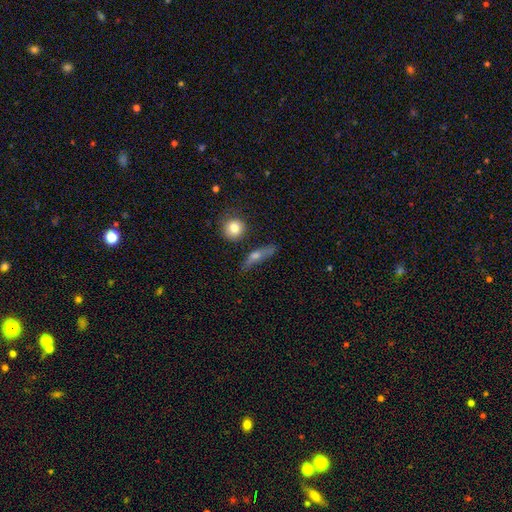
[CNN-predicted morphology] smooth_or_featured: smooth (p=0.47) [alt: featured or disk p=0.42]
merging: none (p=0.63) [alt: minor disturbance p=0.21]